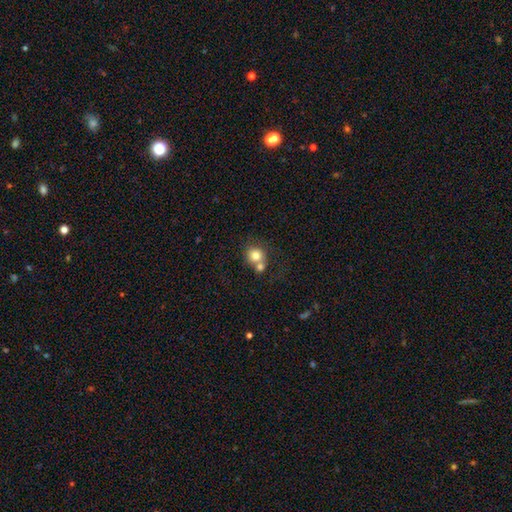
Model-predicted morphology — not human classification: Q: Smooth or featured?
A: smooth (78%); runner-up: featured or disk (12%)
Q: How rounded?
A: round (84%); runner-up: in between (15%)
Q: Merging?
A: merger (49%); runner-up: none (39%)